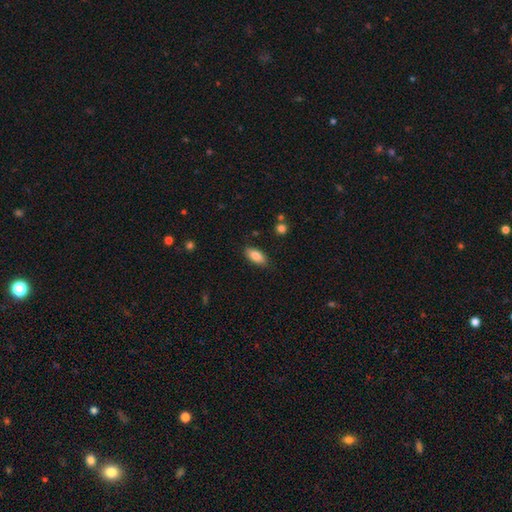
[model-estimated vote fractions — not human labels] This appears to be a smooth galaxy with no disk features (83%) that is in between round and cigar-shaped (88%). Merging: none (84%).